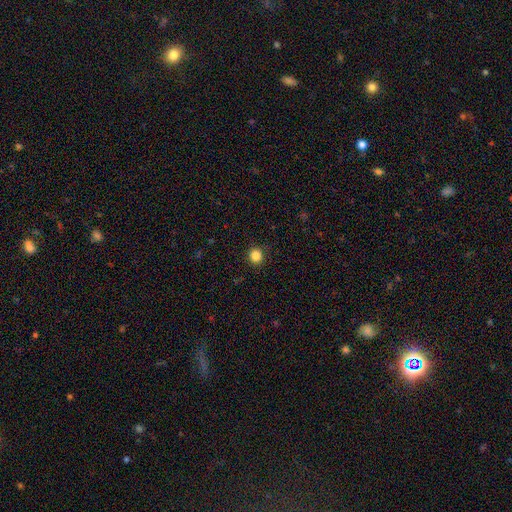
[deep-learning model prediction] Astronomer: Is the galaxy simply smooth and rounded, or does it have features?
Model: smooth — 85%.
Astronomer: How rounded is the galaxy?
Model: round — 89%.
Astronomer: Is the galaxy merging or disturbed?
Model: none — 91%.